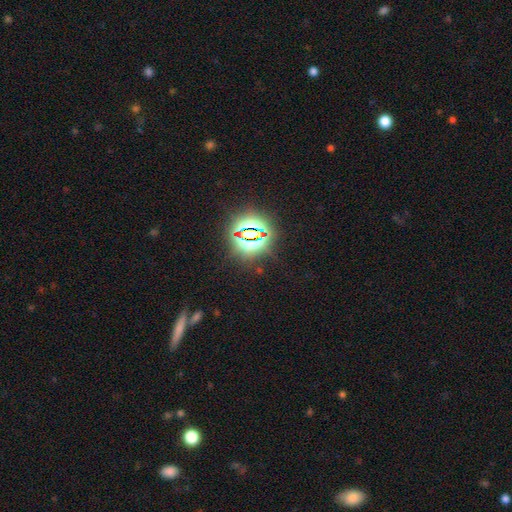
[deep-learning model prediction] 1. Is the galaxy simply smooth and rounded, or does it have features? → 78% star or artifact, 14% smooth, 8% featured or disk.